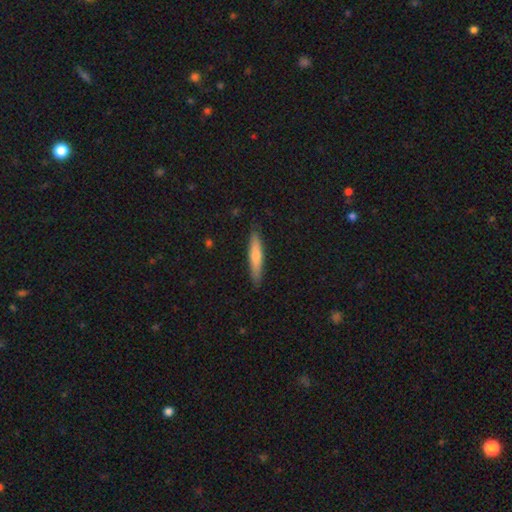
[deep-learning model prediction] A smooth galaxy with no disk features (61%) that is cigar-shaped (89%).

Vote fractions:
- Smooth or featured? smooth: 61% / featured or disk: 33% / star or artifact: 6%
- How rounded? cigar-shaped: 89% / in between: 10% / round: 1%
- Merging? none: 88% / minor disturbance: 9% / major disturbance: 2% / merger: 1%